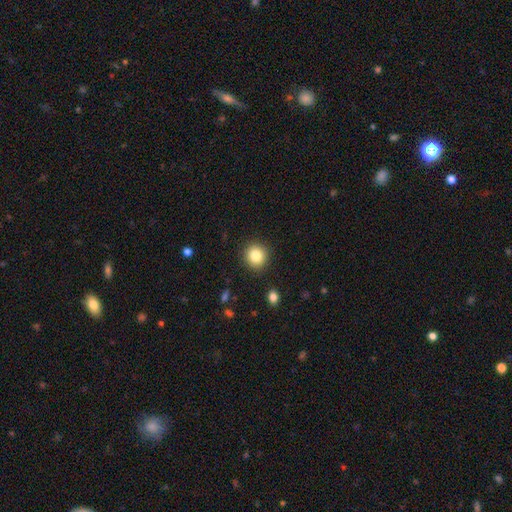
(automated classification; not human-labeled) This is clearly a smooth galaxy (83%). How rounded: clearly round (90%). Merging: clearly none (90%).